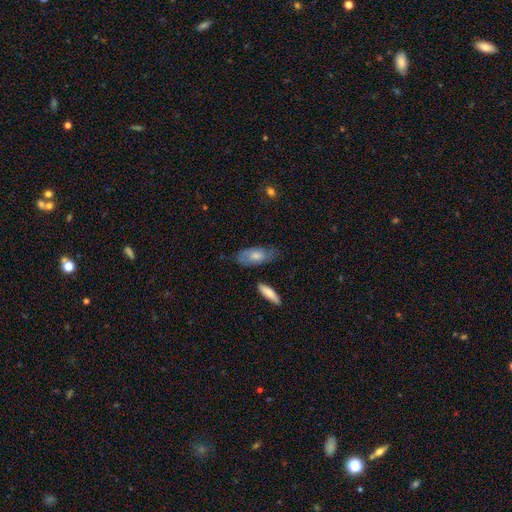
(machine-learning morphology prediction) Smooth or featured: smooth — 64% (featured or disk — 30%)
How rounded: in between — 84% (cigar-shaped — 14%)
Merging: none — 65% (minor disturbance — 25%)